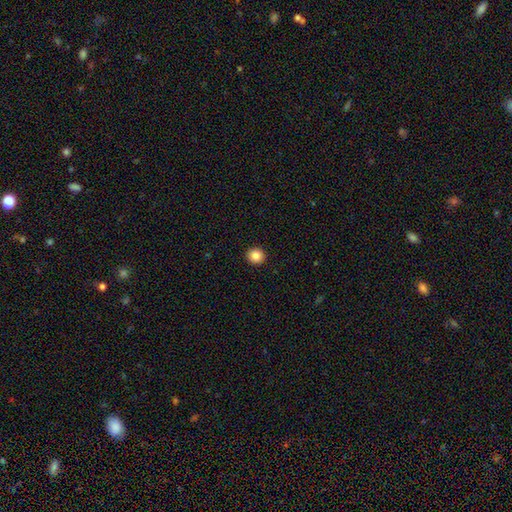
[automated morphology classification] type=smooth (85%); roundness=round (93%); merging=none (93%).